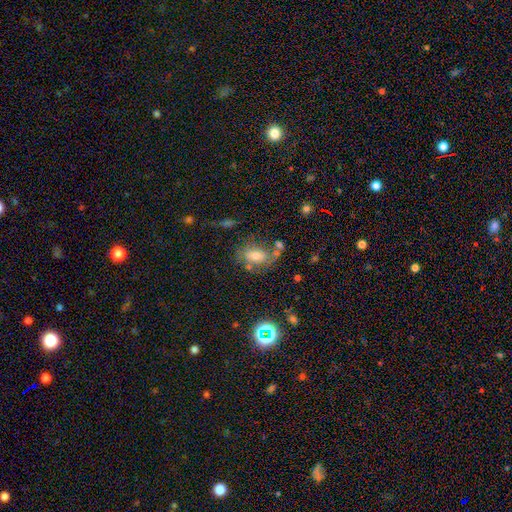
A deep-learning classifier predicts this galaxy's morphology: Overall: smooth (49%; featured or disk 34%). Merging: none (51%; minor disturbance 20%).